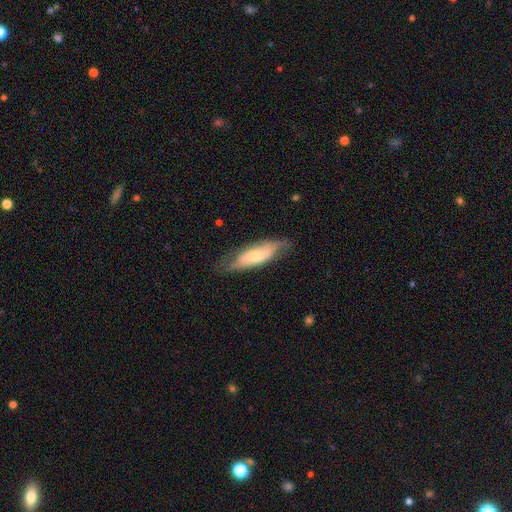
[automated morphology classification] Smooth or featured: featured or disk — 49% (smooth — 45%)
Merging: none — 67% (minor disturbance — 24%)